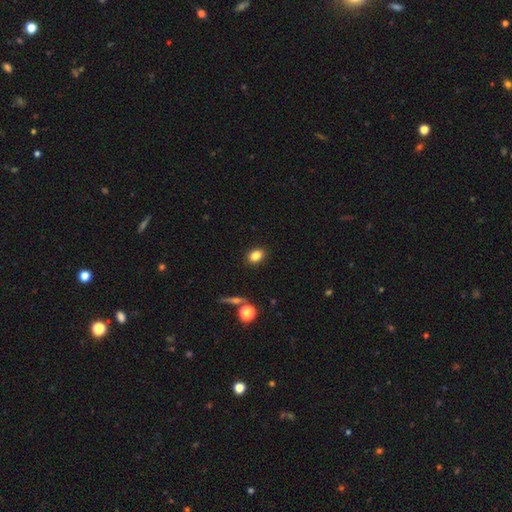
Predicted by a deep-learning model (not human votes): smooth 82%, star or artifact 10%, featured or disk 7%. Down the decision tree: how rounded — in between (69%); merging — none (88%).